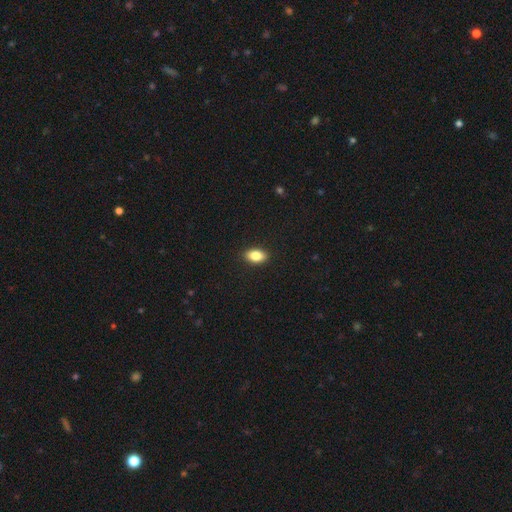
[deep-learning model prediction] Smooth or featured?
  - smooth: 84% *
  - star or artifact: 8%
  - featured or disk: 8%
How rounded?
  - in between: 89% *
  - round: 8%
  - cigar-shaped: 3%
Merging?
  - none: 90% *
  - minor disturbance: 7%
  - major disturbance: 2%
  - merger: 1%